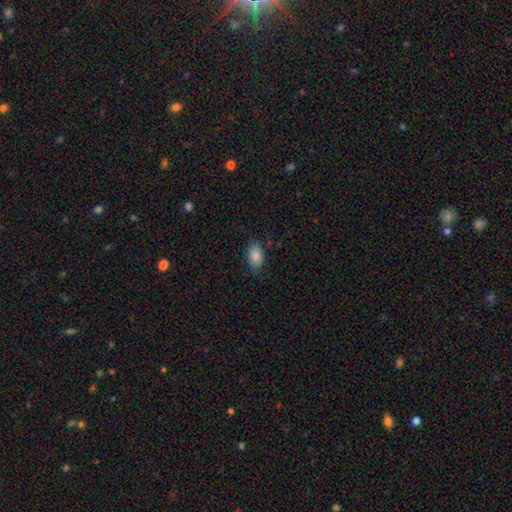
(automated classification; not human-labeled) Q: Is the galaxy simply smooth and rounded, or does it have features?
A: smooth — 86%.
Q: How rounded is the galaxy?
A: in between — 88%.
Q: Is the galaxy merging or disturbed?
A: none — 72%.